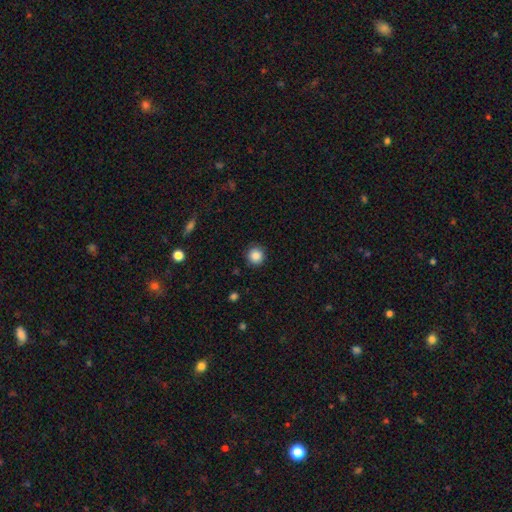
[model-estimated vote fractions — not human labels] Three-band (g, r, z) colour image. It shows a smooth galaxy with no disk features (86%) that is round (93%). Merging: none (89%).